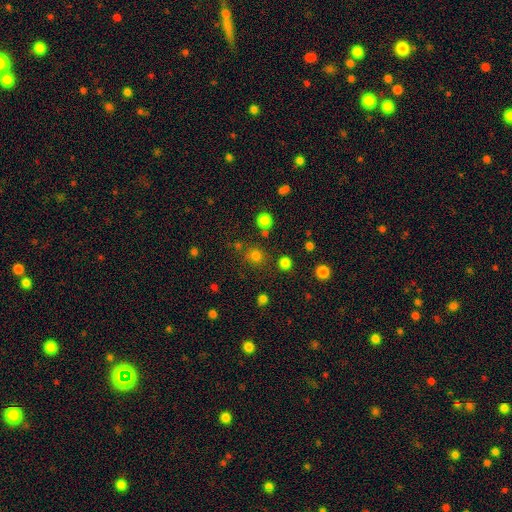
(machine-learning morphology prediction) Q: Smooth or featured?
A: smooth (76%); runner-up: star or artifact (19%)
Q: How rounded?
A: round (90%); runner-up: in between (9%)
Q: Merging?
A: none (80%); runner-up: minor disturbance (9%)